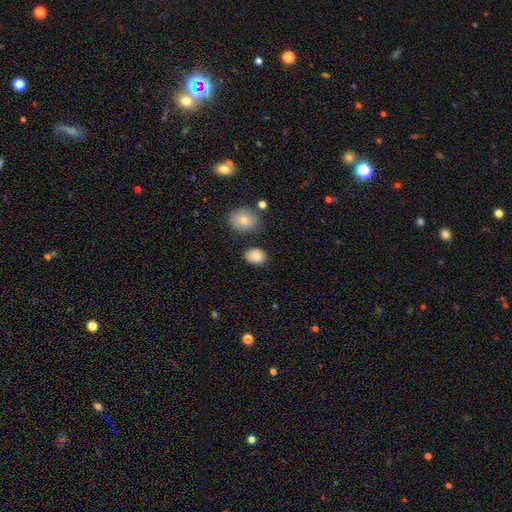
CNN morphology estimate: Overall: smooth (86%). How rounded: in between (65%; round 34%). Merging: none (81%).